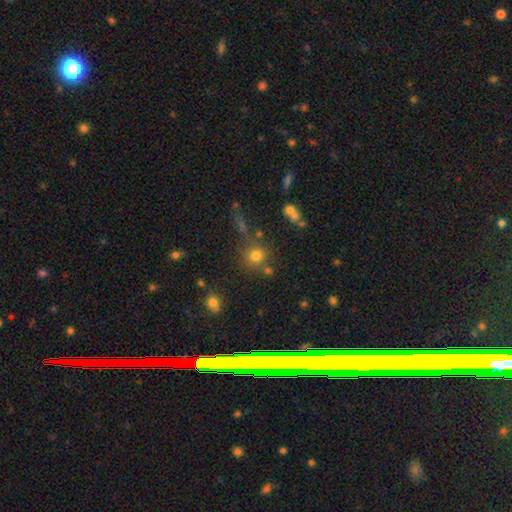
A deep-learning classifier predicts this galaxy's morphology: Smooth or featured? Predicted: smooth (p=0.74). How rounded? Predicted: round (p=0.90). Merging? Predicted: none (p=0.71).